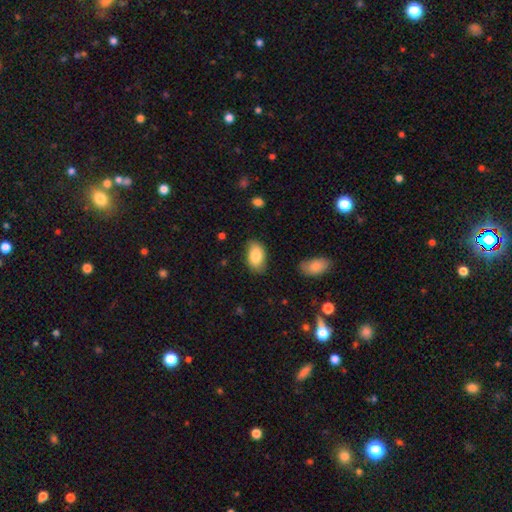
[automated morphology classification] Smooth or featured? Predicted: smooth (p=0.84). How rounded? Predicted: in between (p=0.93). Merging? Predicted: none (p=0.77).